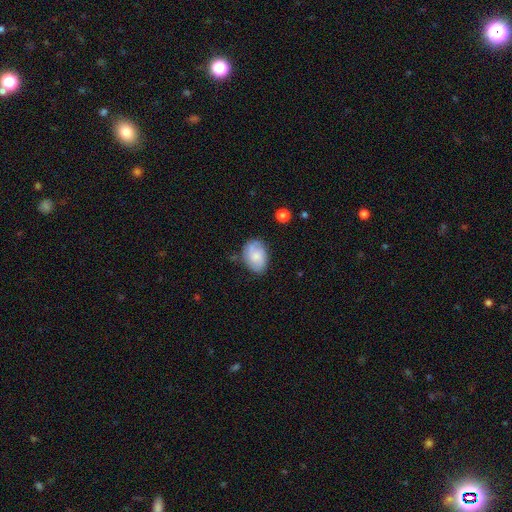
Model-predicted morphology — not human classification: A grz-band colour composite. It shows a smooth galaxy with no disk features (57%) that is in between round and cigar-shaped (78%). Merging: none (69%).